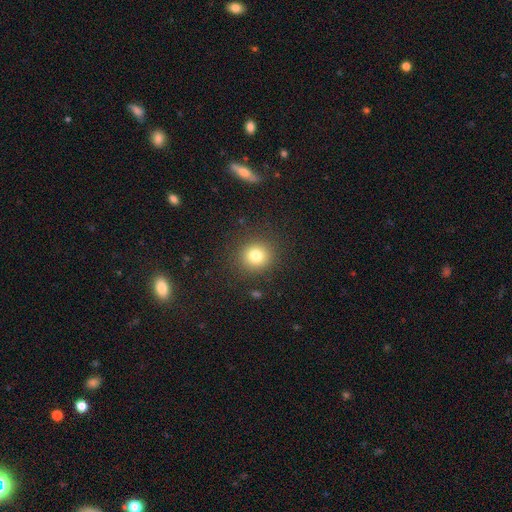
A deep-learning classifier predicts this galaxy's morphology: This is likely a smooth galaxy (79%). How rounded: clearly round (88%). Merging: clearly none (88%).